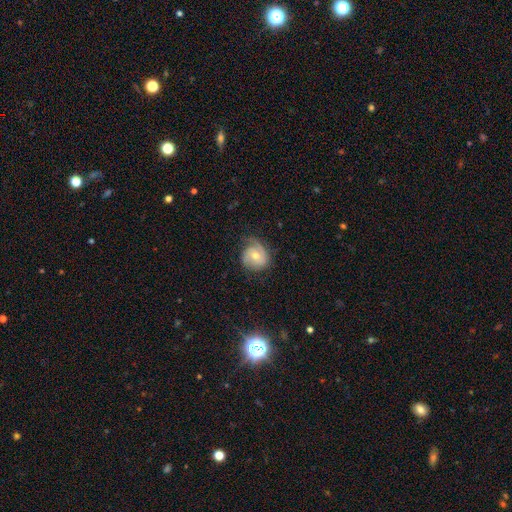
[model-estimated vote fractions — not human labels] smooth-or-featured: featured or disk: 61% | smooth: 31% | star or artifact: 7%
  disk-edge-on: no: 97% | yes: 3%
    bar: no: 68% | weak: 26% | strong: 5%
    has-spiral-arms: yes: 86% | no: 14%
      spiral-winding: tight: 46% | medium: 34% | loose: 19%
      spiral-arm-count: 1: 39% | 2: 35% | can't tell: 16% | 3: 7% | 4: 2% | more than 4: 2%
    bulge-size: moderate: 60% | small: 35% | large: 3% | none: 1% | dominant: 1%
  merging: none: 58% | minor disturbance: 27% | major disturbance: 14% | merger: 1%